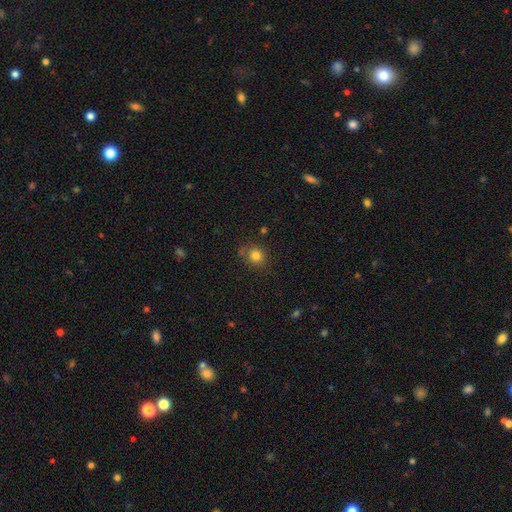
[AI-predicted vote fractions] This is likely a smooth galaxy (80%). How rounded: likely round (78%). Merging: likely none (73%).